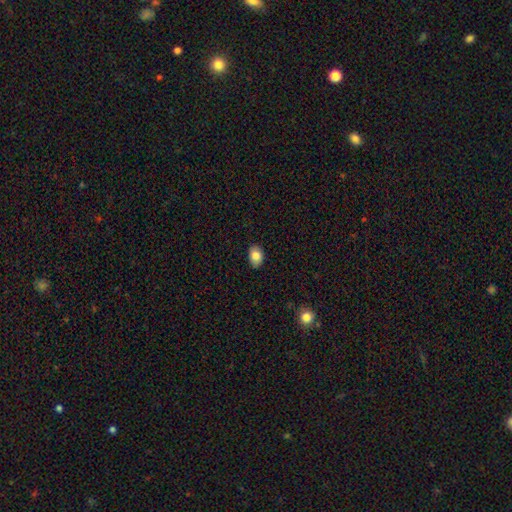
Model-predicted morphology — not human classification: Overall: smooth (83%). How rounded: in between (78%). Merging: none (85%).